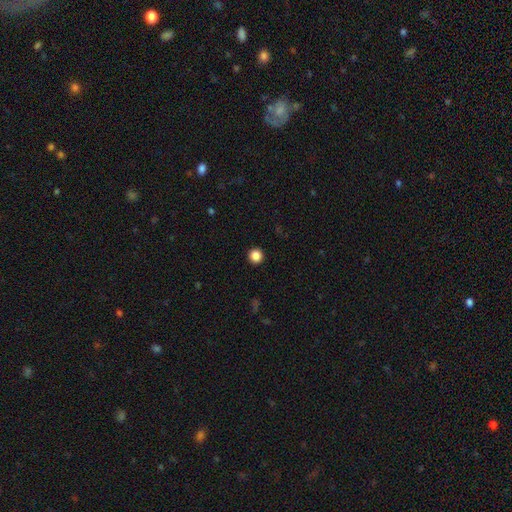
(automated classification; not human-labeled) Morphology: type=smooth (86%); roundness=round (95%); merging=none (94%).